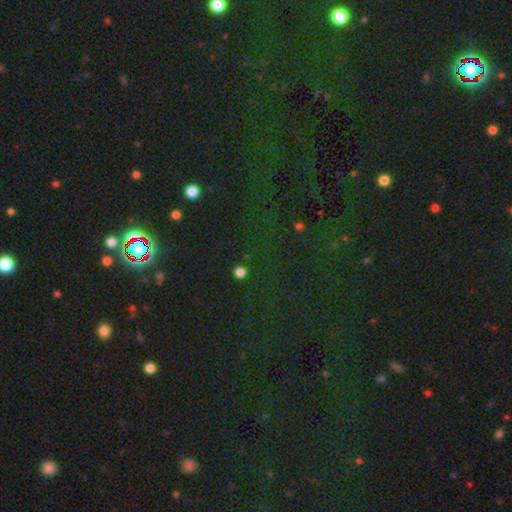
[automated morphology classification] A star or artifact, not a galaxy (80%).